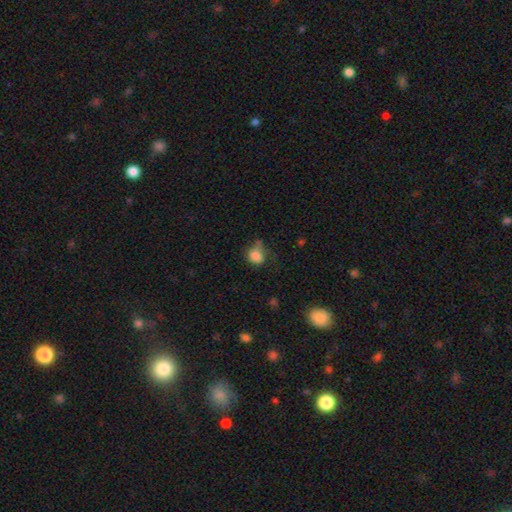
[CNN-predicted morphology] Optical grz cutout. It shows a smooth galaxy with no disk features (80%) that is round (54%). Merging: none (41%).